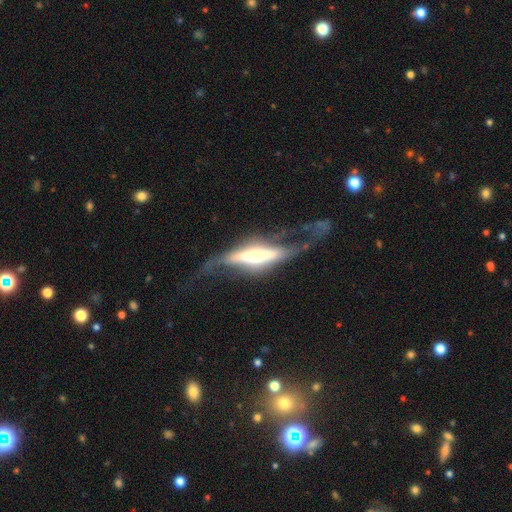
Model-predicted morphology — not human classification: Smooth or featured? Predicted: featured or disk (p=0.76). Edge-on disk? Predicted: yes (p=0.70). Edge-on bulge? Predicted: rounded (p=0.80). Merging? Predicted: none (p=0.44).